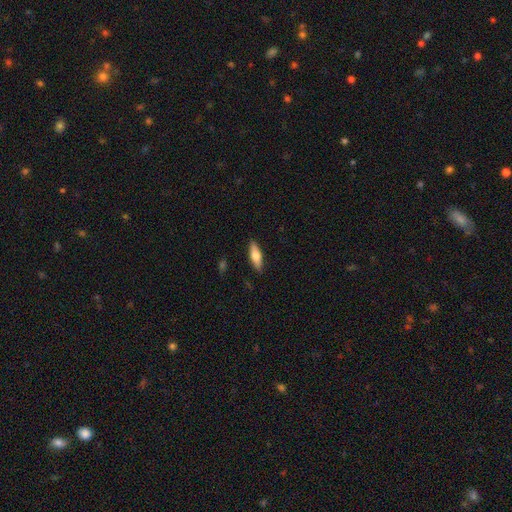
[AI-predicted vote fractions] Smooth or featured: smooth — 62% (featured or disk — 33%)
How rounded: in between — 52% (cigar-shaped — 46%)
Merging: none — 89% (minor disturbance — 9%)